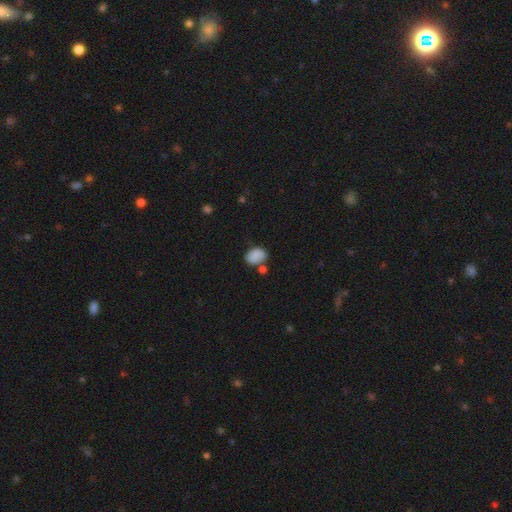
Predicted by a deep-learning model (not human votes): A smooth galaxy with no disk features (84%) that is in between round and cigar-shaped (71%).

Vote fractions:
- Smooth or featured? smooth: 84% / star or artifact: 9% / featured or disk: 7%
- How rounded? in between: 71% / round: 28% / cigar-shaped: 1%
- Merging? none: 57% / minor disturbance: 20% / merger: 18% / major disturbance: 6%